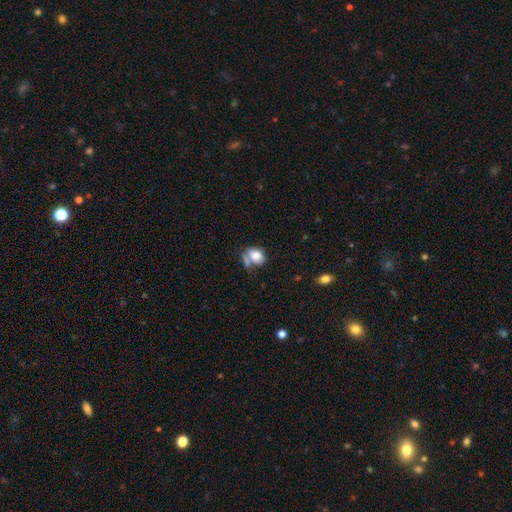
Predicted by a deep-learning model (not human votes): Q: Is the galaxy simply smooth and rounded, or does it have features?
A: smooth — 76%.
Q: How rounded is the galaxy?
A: in between — 55%.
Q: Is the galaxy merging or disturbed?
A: none — 37%.